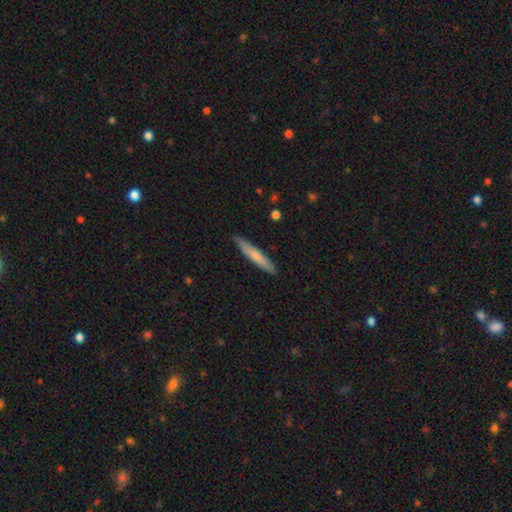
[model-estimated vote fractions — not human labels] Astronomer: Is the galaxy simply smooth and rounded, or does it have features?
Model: smooth — 66%.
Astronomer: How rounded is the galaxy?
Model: cigar-shaped — 93%.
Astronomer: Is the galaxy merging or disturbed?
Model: none — 88%.